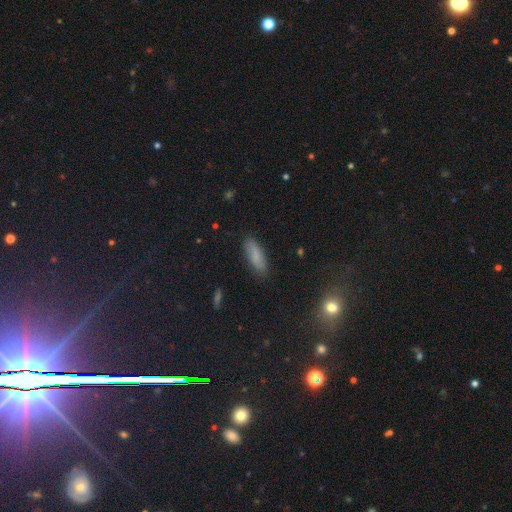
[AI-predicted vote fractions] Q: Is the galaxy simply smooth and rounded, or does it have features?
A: smooth — 76%.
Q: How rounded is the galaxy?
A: in between — 60%.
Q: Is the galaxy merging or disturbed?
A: none — 84%.